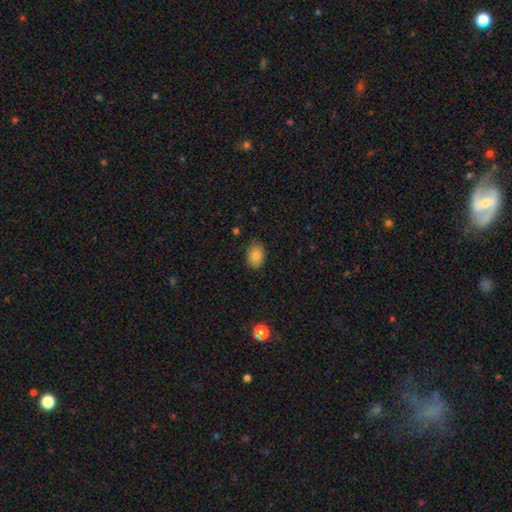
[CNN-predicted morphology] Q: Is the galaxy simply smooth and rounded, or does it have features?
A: smooth — 80%.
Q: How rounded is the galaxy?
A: in between — 70%.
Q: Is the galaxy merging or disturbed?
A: none — 83%.